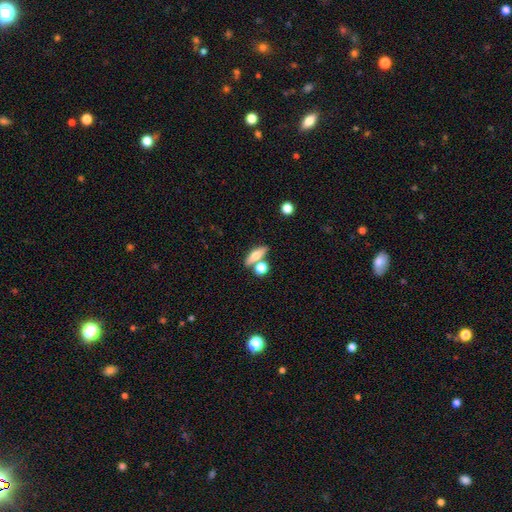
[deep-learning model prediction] Smooth or featured: smooth — 58% (featured or disk — 34%)
How rounded: in between — 47% (cigar-shaped — 40%)
Merging: none — 63% (merger — 23%)